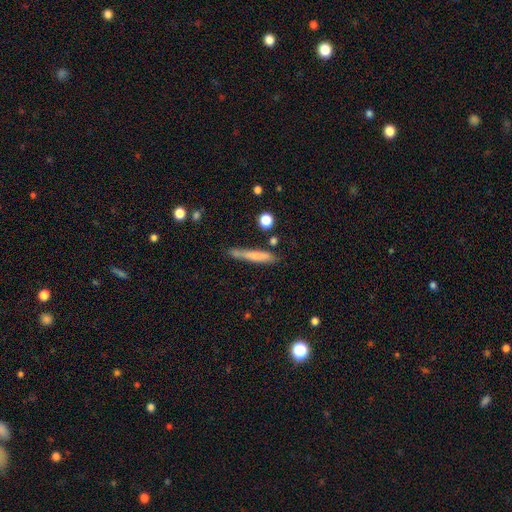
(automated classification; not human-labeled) Smooth or featured?
  - smooth: 67% *
  - featured or disk: 25%
  - star or artifact: 8%
How rounded?
  - cigar-shaped: 92% *
  - in between: 6%
  - round: 2%
Merging?
  - none: 69% *
  - minor disturbance: 20%
  - merger: 7%
  - major disturbance: 5%